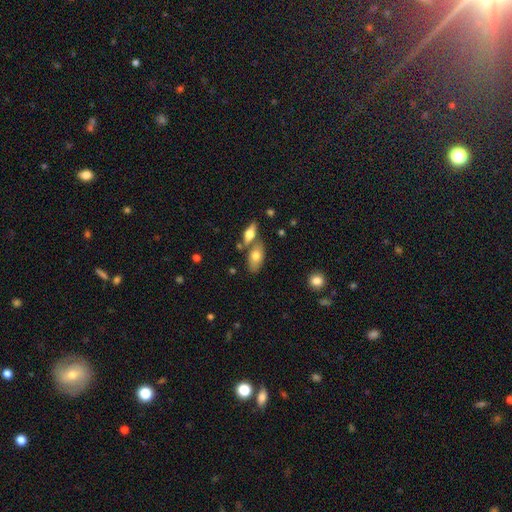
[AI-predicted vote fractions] Smooth or featured? smooth (67%)
How rounded? in between (86%)
Merging? none (53%)